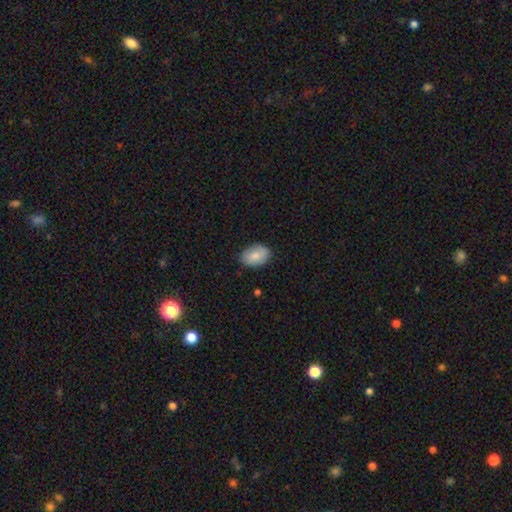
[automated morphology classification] Q: Smooth or featured?
A: smooth (84%); runner-up: featured or disk (10%)
Q: How rounded?
A: in between (86%); runner-up: round (13%)
Q: Merging?
A: none (82%); runner-up: minor disturbance (14%)